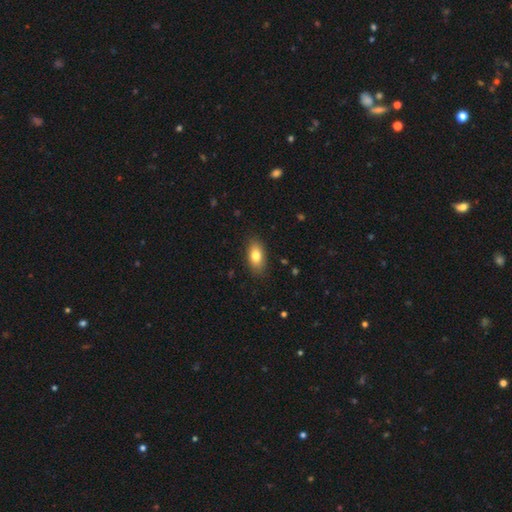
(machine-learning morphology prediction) smooth 80%, featured or disk 12%, star or artifact 7%. Down the decision tree: how rounded — in between (89%); merging — none (86%).